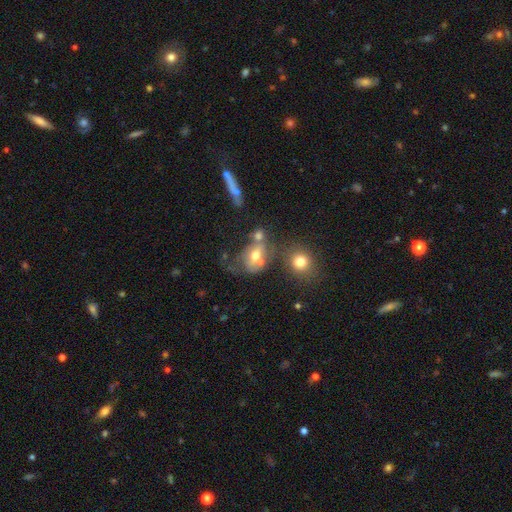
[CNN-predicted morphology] Q: Smooth or featured?
A: smooth (53%); runner-up: featured or disk (33%)
Q: How rounded?
A: in between (65%); runner-up: round (33%)
Q: Merging?
A: merger (33%); runner-up: none (29%)